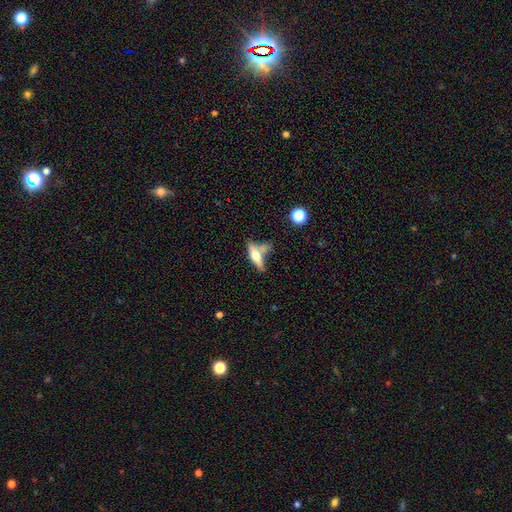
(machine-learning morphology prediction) smooth 47%, featured or disk 46%, star or artifact 7%. Down the decision tree: merging — none (49%).